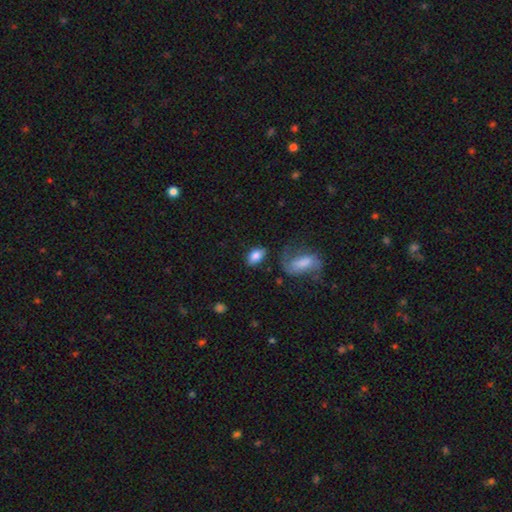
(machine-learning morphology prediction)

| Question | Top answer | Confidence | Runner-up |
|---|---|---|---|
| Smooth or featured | smooth | 80% | featured or disk (13%) |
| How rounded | in between | 90% | round (7%) |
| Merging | none | 68% | minor disturbance (17%) |